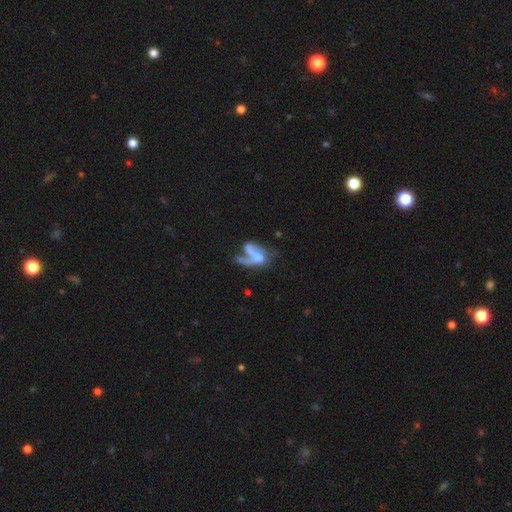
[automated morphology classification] Q: Smooth or featured?
A: featured or disk (54%); runner-up: smooth (35%)
Q: Edge-on disk?
A: no (92%); runner-up: yes (8%)
Q: Merging?
A: major disturbance (37%); runner-up: merger (29%)